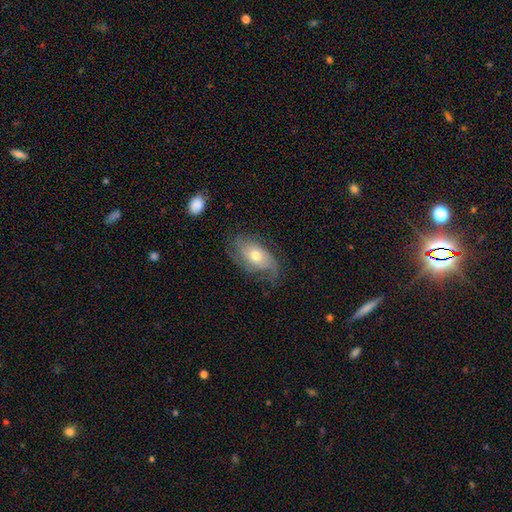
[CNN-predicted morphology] type=featured or disk (64%); edge-on=no (91%); bar=no (77%); spiral arms=yes (85%); bulge=moderate (69%); merging=none (60%).